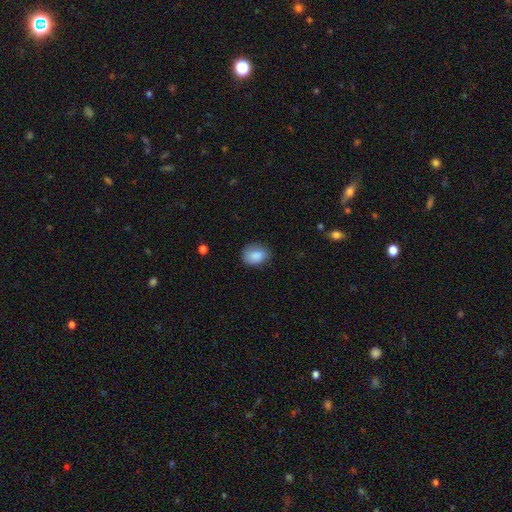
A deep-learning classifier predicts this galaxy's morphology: Smooth or featured? Predicted: smooth (p=0.86). How rounded? Predicted: in between (p=0.64). Merging? Predicted: none (p=0.73).